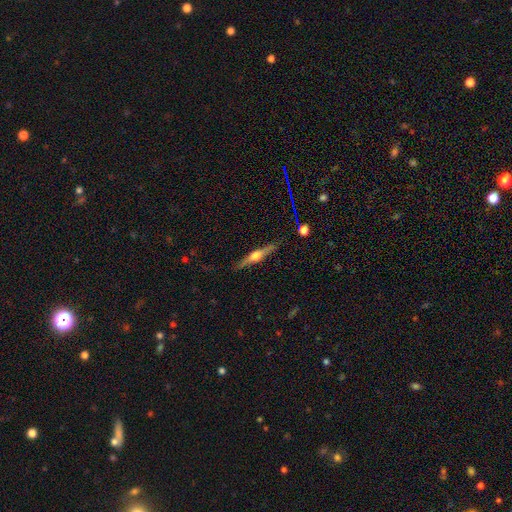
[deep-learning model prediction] Morphology: type=featured or disk (75%); edge-on=yes (98%); edge-on bulge=rounded (92%); merging=none (89%).